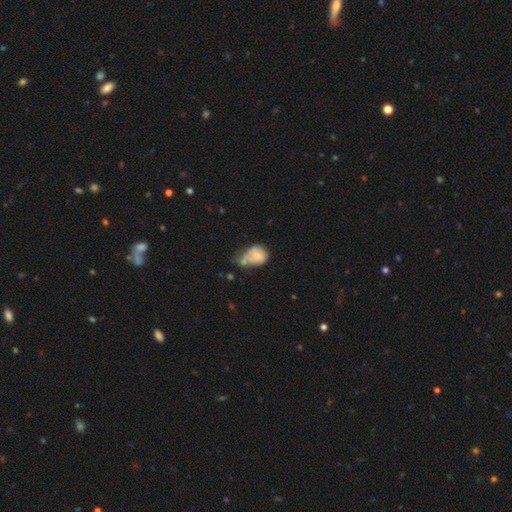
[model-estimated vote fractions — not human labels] A smooth galaxy with no disk features (58%) that is in between round and cigar-shaped (61%).

Vote fractions:
- Smooth or featured? smooth: 58% / featured or disk: 33% / star or artifact: 10%
- How rounded? in between: 61% / round: 38% / cigar-shaped: 1%
- Merging? minor disturbance: 28% / merger: 27% / major disturbance: 24% / none: 20%